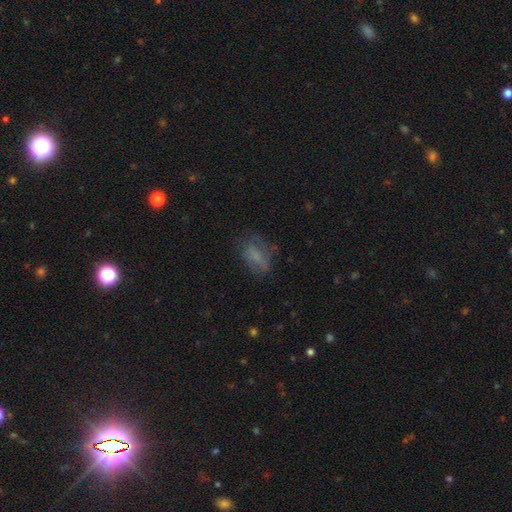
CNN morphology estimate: Smooth or featured? smooth (61%)
How rounded? in between (83%)
Merging? none (58%)